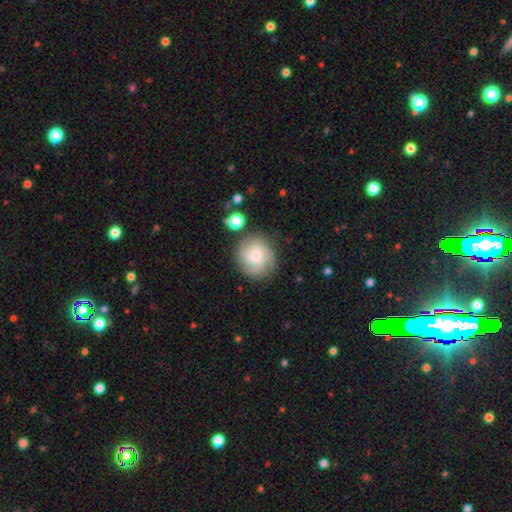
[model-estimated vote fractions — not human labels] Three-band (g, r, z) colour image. It shows a featured or disk galaxy (68%) with no bar (69%), 3 (41%) tight (51%) spiral arms (94%) and a small central bulge (56%). Merging: none (79%).